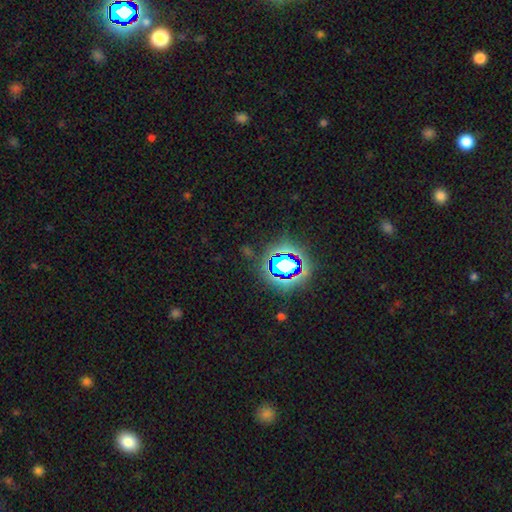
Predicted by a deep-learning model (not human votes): star or artifact 77%, smooth 15%, featured or disk 8%.